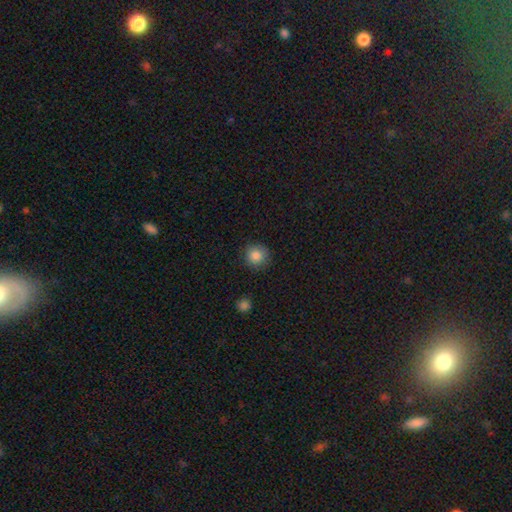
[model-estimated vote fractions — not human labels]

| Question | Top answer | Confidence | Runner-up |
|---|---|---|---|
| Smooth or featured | smooth | 86% | star or artifact (10%) |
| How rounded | round | 93% | in between (6%) |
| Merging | none | 88% | minor disturbance (9%) |